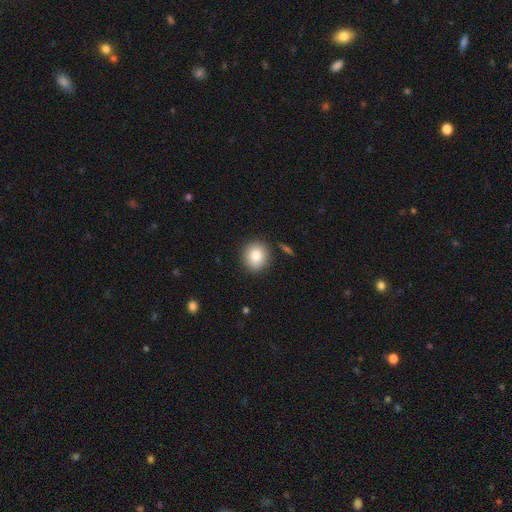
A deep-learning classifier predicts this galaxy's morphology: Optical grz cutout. It shows a smooth galaxy with no disk features (84%) that is round (80%). Merging: none (88%).